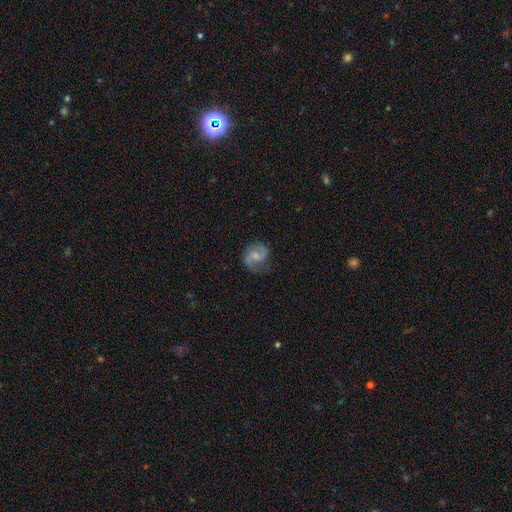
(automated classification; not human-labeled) Overall: featured or disk (71%). Edge-on disk: no (98%). Bar: no (55%; weak 38%). Spiral arms: yes (95%). Spiral arm count: 2 (87%). Spiral winding: medium (50%; loose 29%). Bulge size: small (50%; moderate 39%). Merging: none (73%).